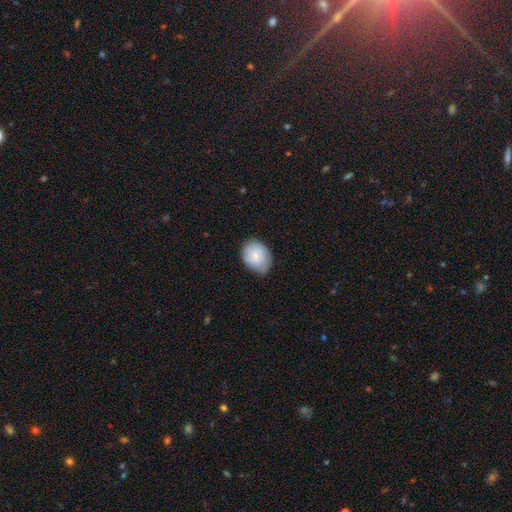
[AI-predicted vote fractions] Smooth or featured: smooth — 74% (featured or disk — 19%)
How rounded: in between — 56% (round — 44%)
Merging: none — 63% (minor disturbance — 31%)